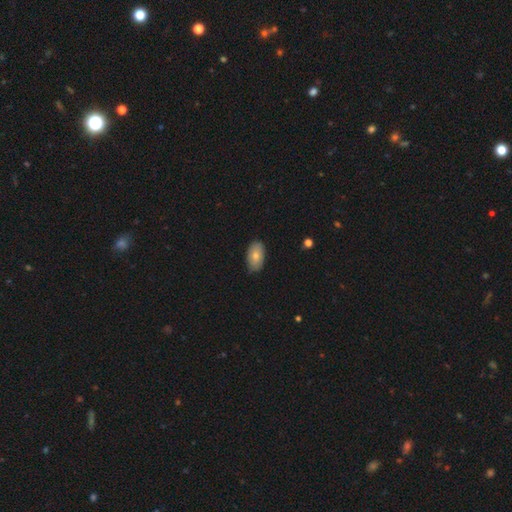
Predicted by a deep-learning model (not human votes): Q: Smooth or featured?
A: smooth (75%); runner-up: featured or disk (18%)
Q: How rounded?
A: in between (93%); runner-up: round (5%)
Q: Merging?
A: none (84%); runner-up: minor disturbance (13%)